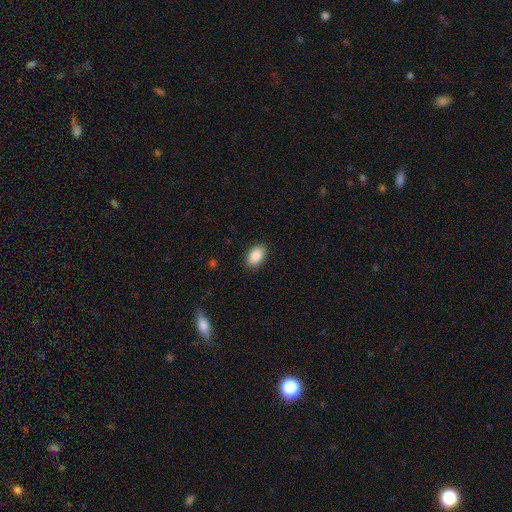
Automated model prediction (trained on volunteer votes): This is clearly a smooth galaxy (90%). How rounded: clearly in between (92%). Merging: clearly none (88%).